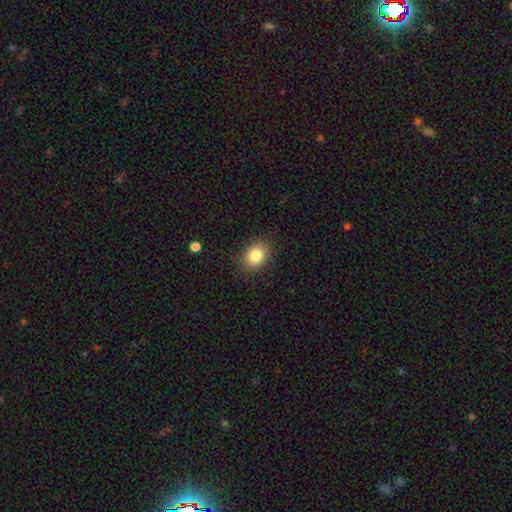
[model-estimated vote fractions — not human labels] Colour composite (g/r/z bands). It shows a smooth galaxy with no disk features (84%) that is in between round and cigar-shaped (59%). Merging: none (87%).